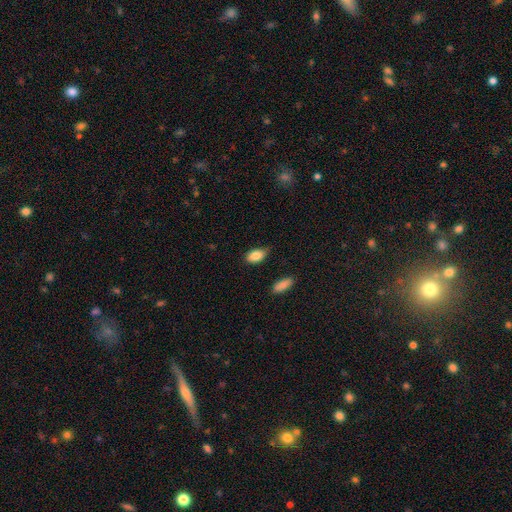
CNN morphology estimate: smooth_or_featured: smooth (p=0.86) [alt: star or artifact p=0.07]
how_rounded: in between (p=0.90) [alt: round p=0.07]
merging: none (p=0.61) [alt: minor disturbance p=0.31]